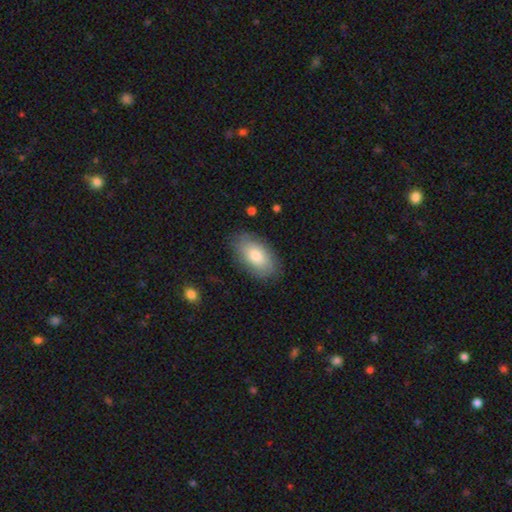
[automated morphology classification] Overall: smooth (77%). How rounded: in between (94%). Merging: none (82%).